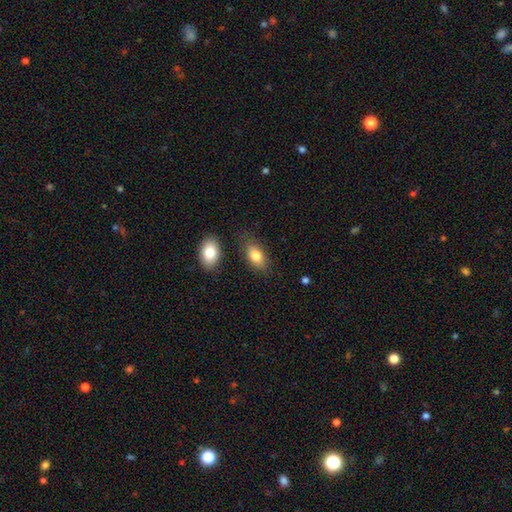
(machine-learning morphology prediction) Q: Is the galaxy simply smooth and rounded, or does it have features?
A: smooth — 80%.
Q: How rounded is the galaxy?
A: in between — 90%.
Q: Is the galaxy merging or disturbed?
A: none — 75%.